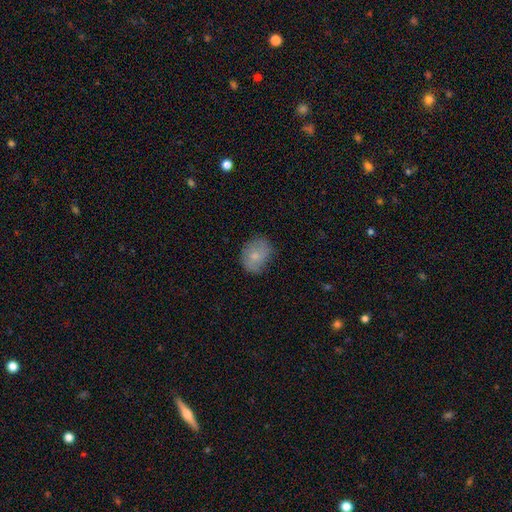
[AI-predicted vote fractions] Overall: smooth (72%). How rounded: in between (50%; round 49%). Merging: none (71%).